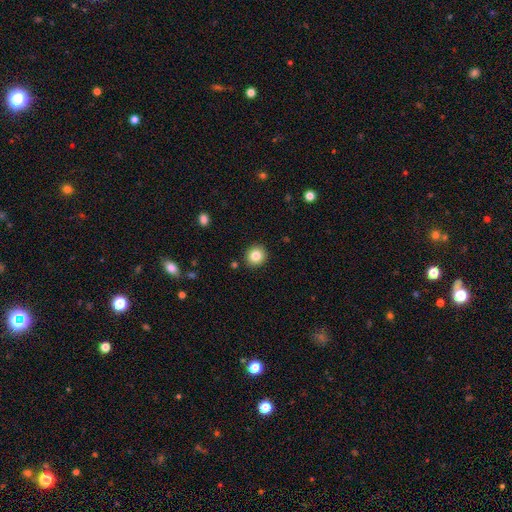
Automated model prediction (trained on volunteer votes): Smooth or featured? Predicted: smooth (p=0.83). How rounded? Predicted: round (p=0.88). Merging? Predicted: none (p=0.91).